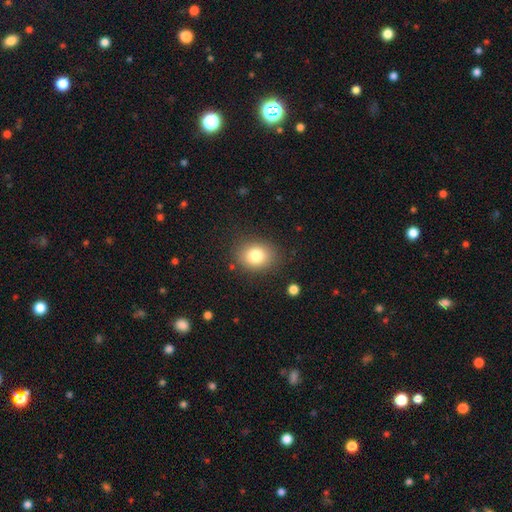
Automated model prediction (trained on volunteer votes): smooth_or_featured: smooth (p=0.80) [alt: star or artifact p=0.10]
how_rounded: round (p=0.53) [alt: in between p=0.47]
merging: none (p=0.84) [alt: minor disturbance p=0.11]